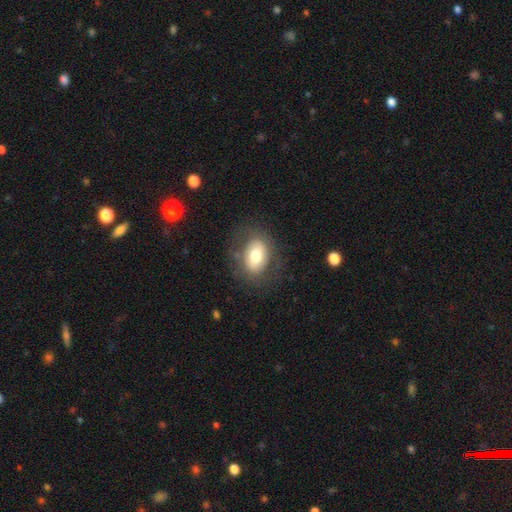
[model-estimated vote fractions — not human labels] This is likely a smooth galaxy (66%). How rounded: likely in between (77%). Merging: likely none (75%).